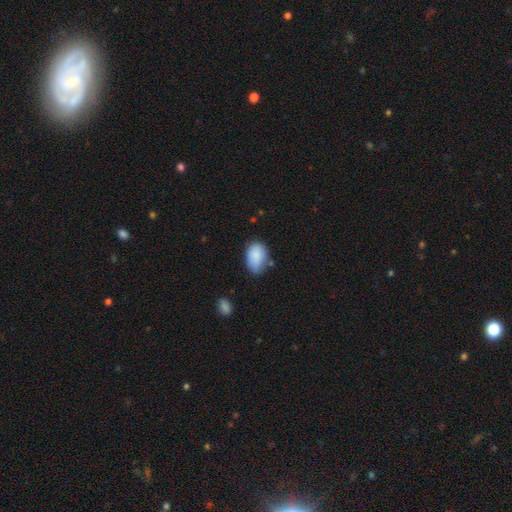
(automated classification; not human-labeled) smooth-or-featured: smooth: 87% | star or artifact: 7% | featured or disk: 6%
  how-rounded: in between: 88% | round: 11% | cigar-shaped: 1%
  merging: none: 58% | minor disturbance: 31% | major disturbance: 6% | merger: 5%